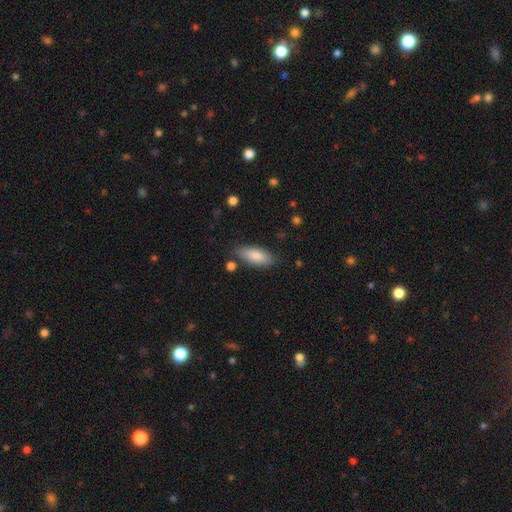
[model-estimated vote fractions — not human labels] Overall: smooth (81%). How rounded: in between (77%). Merging: none (79%).